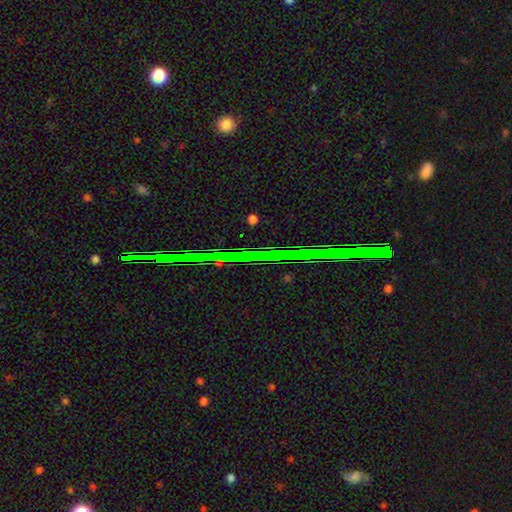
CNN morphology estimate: Overall: star or artifact (74%).